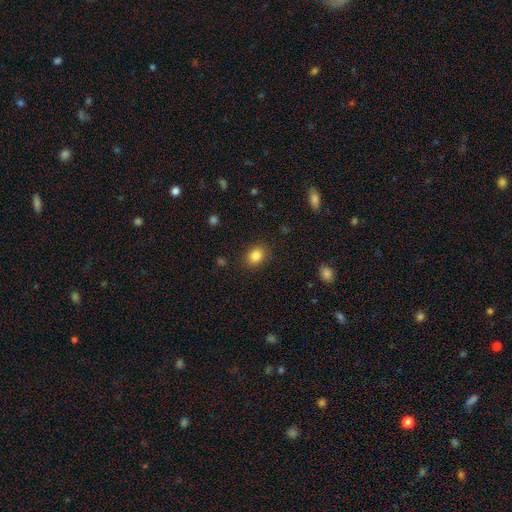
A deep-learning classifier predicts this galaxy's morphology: smooth 85%, star or artifact 10%, featured or disk 5%. Down the decision tree: how rounded — in between (55%); merging — none (87%).